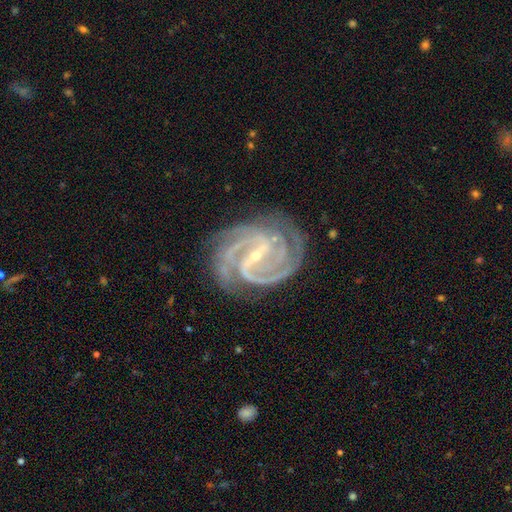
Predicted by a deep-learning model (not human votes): A featured or disk galaxy (94%) with a strong bar (60%), 3 (29%) tight (57%) spiral arms (99%) and a small central bulge (82%). Merging: none (78%).